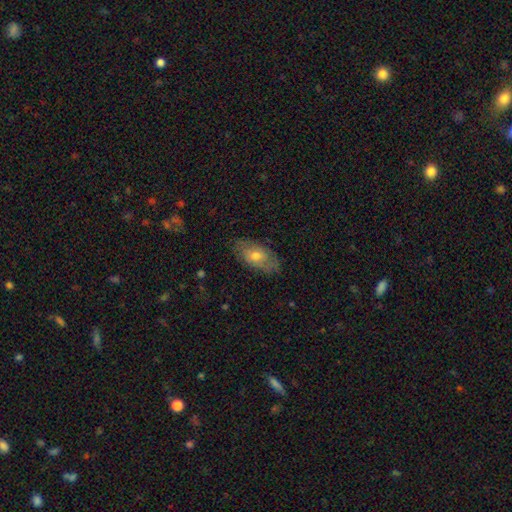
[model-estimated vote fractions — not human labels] Smooth or featured: smooth — 57% (featured or disk — 36%)
How rounded: in between — 90% (cigar-shaped — 6%)
Merging: none — 79% (minor disturbance — 16%)